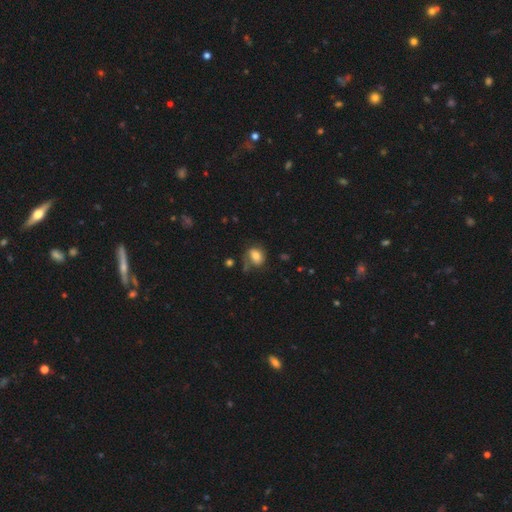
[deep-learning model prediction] The model was most divided on "how rounded": in between: 61%, round: 37%, cigar-shaped: 1%. More confident: smooth or featured — smooth (77%); merging — none (60%).